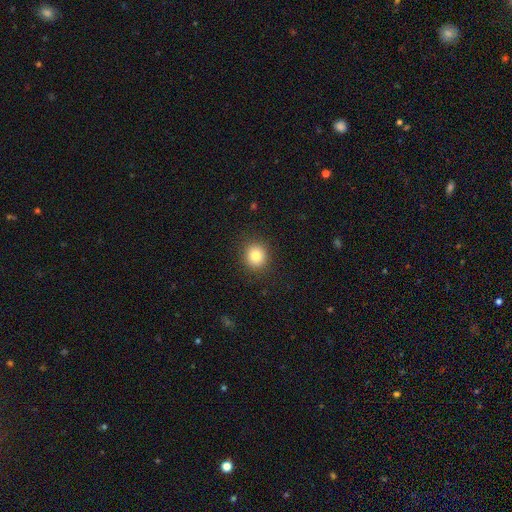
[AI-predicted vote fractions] Q: Smooth or featured?
A: smooth (82%); runner-up: star or artifact (11%)
Q: How rounded?
A: round (86%); runner-up: in between (13%)
Q: Merging?
A: none (90%); runner-up: minor disturbance (7%)